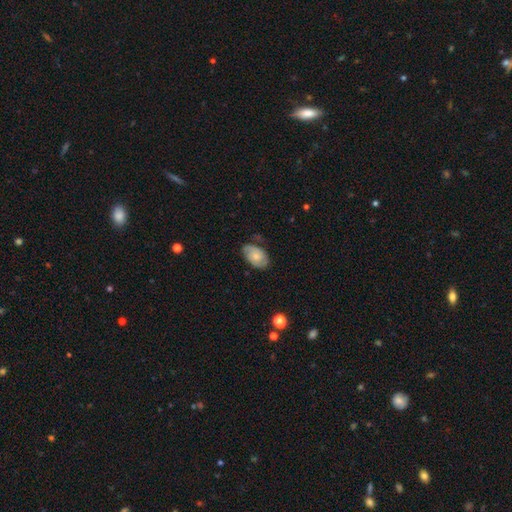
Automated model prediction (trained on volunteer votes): smooth-or-featured: featured or disk: 56% | smooth: 37% | star or artifact: 7%
  disk-edge-on: no: 96% | yes: 4%
    bar: no: 73% | weak: 24% | strong: 4%
    has-spiral-arms: yes: 85% | no: 15%
    bulge-size: small: 45% | moderate: 38% | none: 10% | large: 5% | dominant: 2%
  merging: none: 71% | minor disturbance: 21% | major disturbance: 6% | merger: 2%